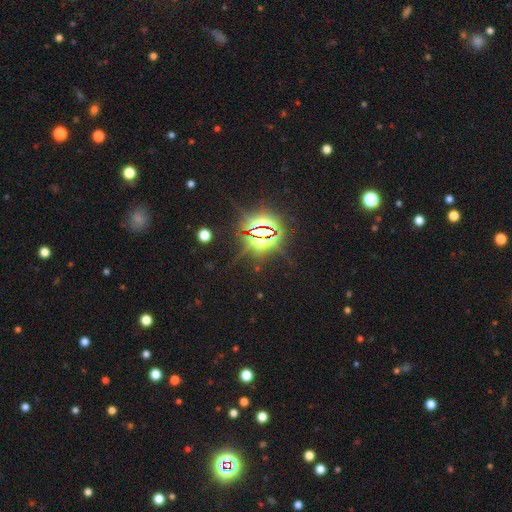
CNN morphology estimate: Smooth or featured?
  - star or artifact: 80% *
  - smooth: 14%
  - featured or disk: 6%